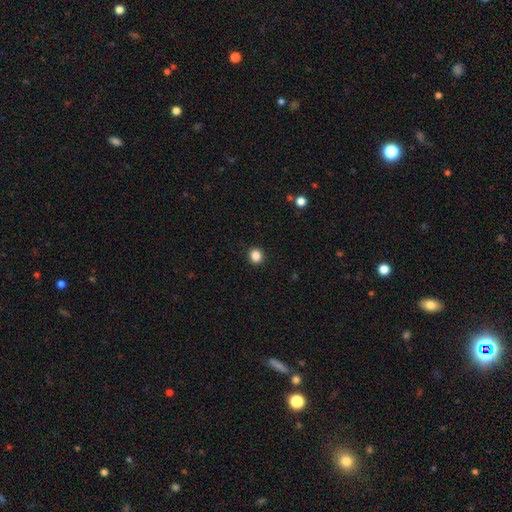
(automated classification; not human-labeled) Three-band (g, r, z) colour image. It shows a smooth galaxy with no disk features (85%) that is round (80%). Merging: none (92%).